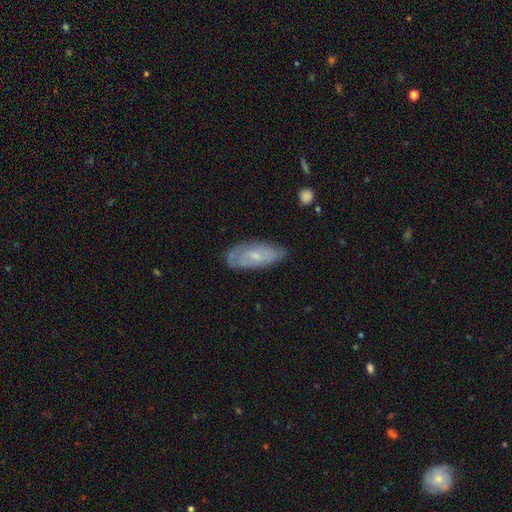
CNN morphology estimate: This is possibly a smooth galaxy (50%). How rounded: likely in between (79%). Merging: likely none (71%).